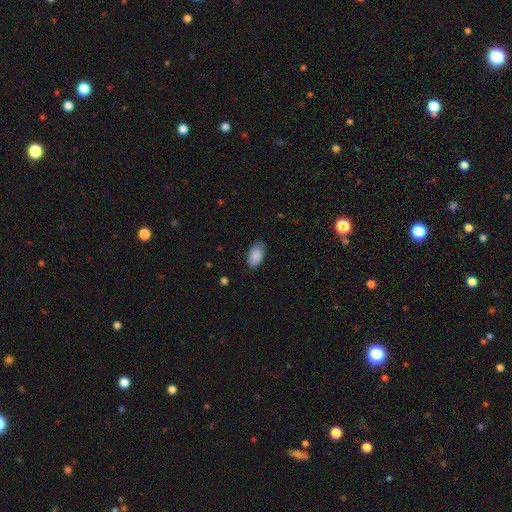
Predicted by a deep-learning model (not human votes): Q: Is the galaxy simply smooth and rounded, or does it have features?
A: smooth — 88%.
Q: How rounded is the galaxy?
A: in between — 94%.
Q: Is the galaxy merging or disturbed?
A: none — 80%.